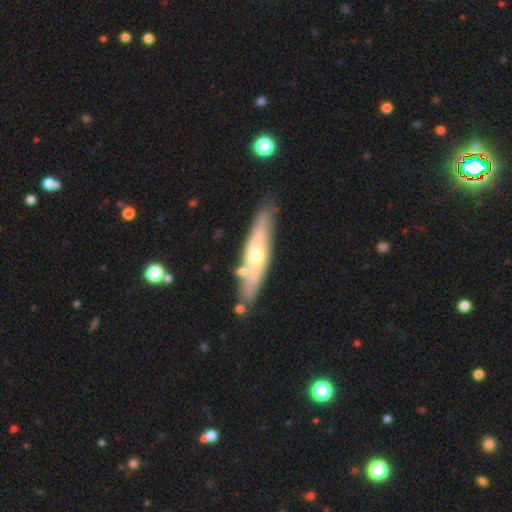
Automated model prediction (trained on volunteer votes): Smooth or featured? Predicted: featured or disk (p=0.58). Edge-on disk? Predicted: yes (p=0.63). Merging? Predicted: none (p=0.77).